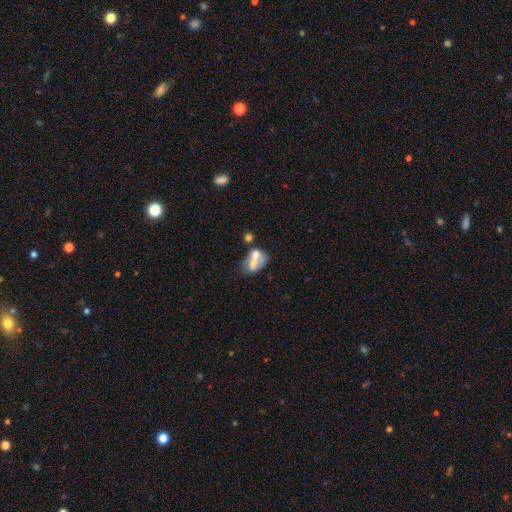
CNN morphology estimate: smooth 49%, featured or disk 40%, star or artifact 11%. Down the decision tree: merging — merger (56%).